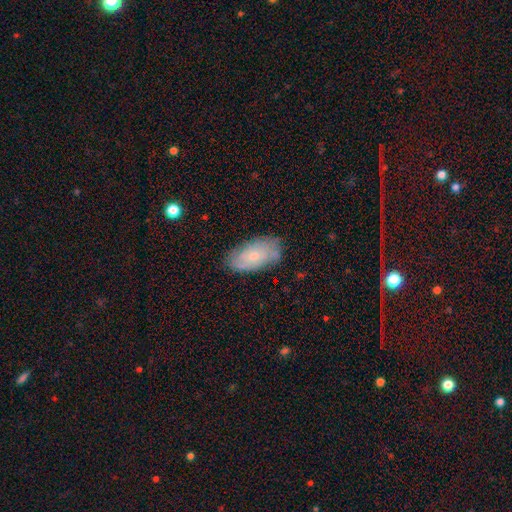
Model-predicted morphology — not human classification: Smooth or featured? Predicted: featured or disk (p=0.46). Merging? Predicted: none (p=0.78).